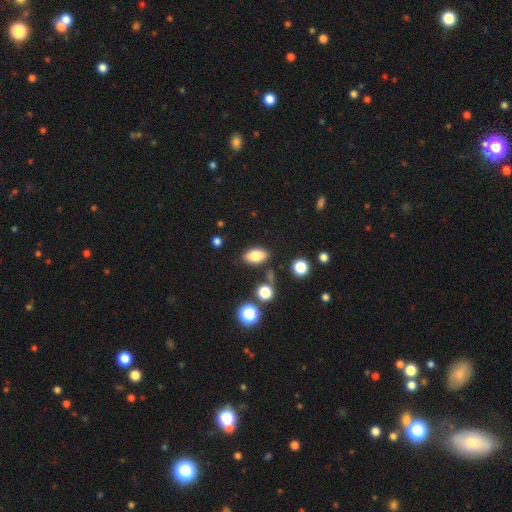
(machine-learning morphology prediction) The model was most divided on "merging": none: 82%, minor disturbance: 11%, merger: 4%, major disturbance: 3%. More confident: how rounded — in between (89%); smooth or featured — smooth (81%).